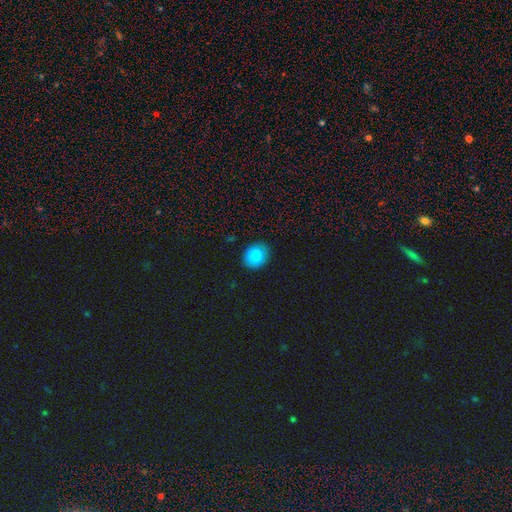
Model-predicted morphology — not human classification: Q: Smooth or featured?
A: smooth (86%); runner-up: star or artifact (10%)
Q: How rounded?
A: round (57%); runner-up: in between (42%)
Q: Merging?
A: none (83%); runner-up: minor disturbance (12%)